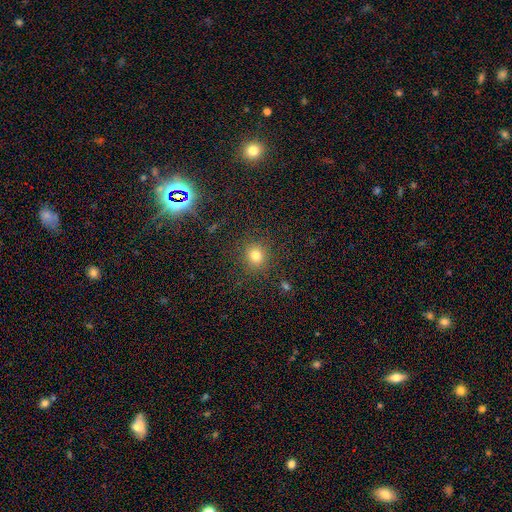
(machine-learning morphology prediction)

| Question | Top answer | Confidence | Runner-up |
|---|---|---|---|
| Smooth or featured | smooth | 77% | star or artifact (16%) |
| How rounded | round | 89% | in between (10%) |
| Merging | none | 88% | minor disturbance (7%) |